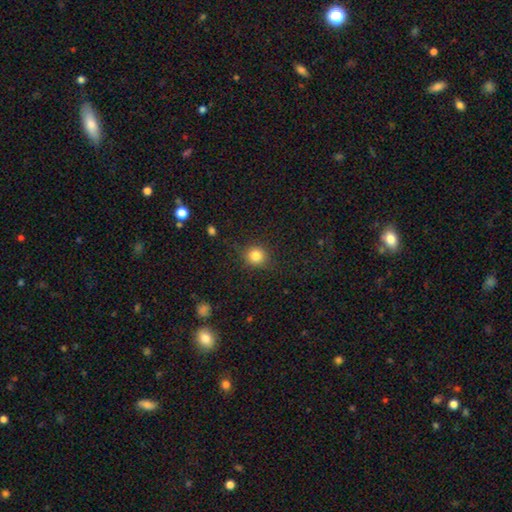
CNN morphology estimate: Smooth or featured: smooth — 83% (star or artifact — 12%)
How rounded: round — 88% (in between — 11%)
Merging: none — 86% (minor disturbance — 10%)